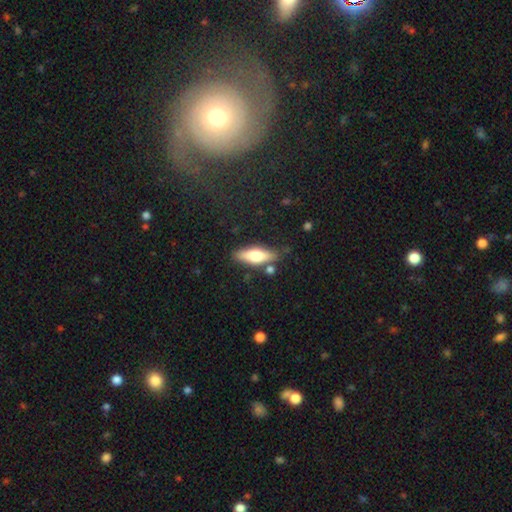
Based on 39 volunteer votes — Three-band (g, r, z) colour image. It shows a smooth galaxy with no disk features (56%) that is in between round and cigar-shaped (68%). Merging: none (79%).